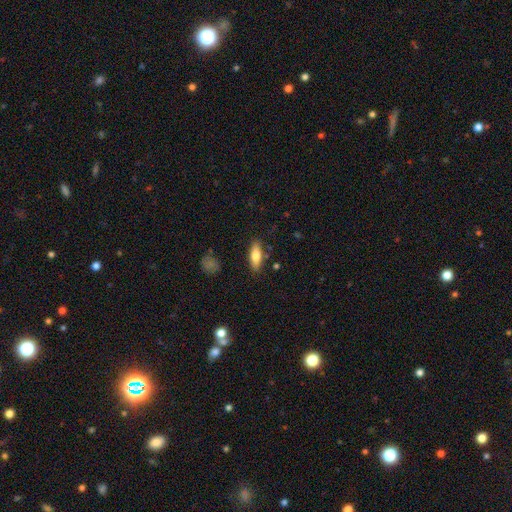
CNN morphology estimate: smooth_or_featured: smooth (p=0.73) [alt: featured or disk p=0.21]
how_rounded: in between (p=0.66) [alt: cigar-shaped p=0.31]
merging: none (p=0.83) [alt: minor disturbance p=0.11]